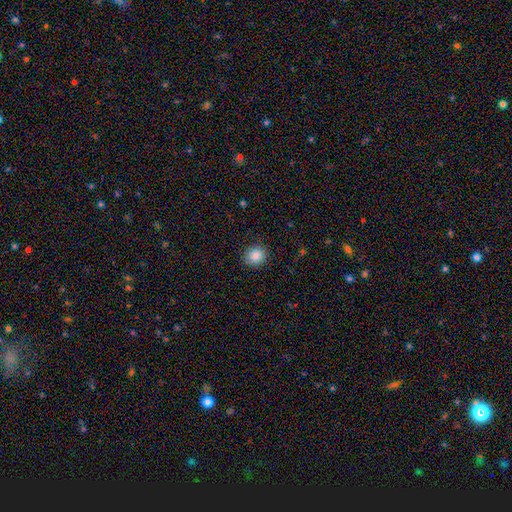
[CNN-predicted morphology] Q: Smooth or featured?
A: smooth (86%); runner-up: star or artifact (10%)
Q: How rounded?
A: round (79%); runner-up: in between (20%)
Q: Merging?
A: none (89%); runner-up: minor disturbance (7%)